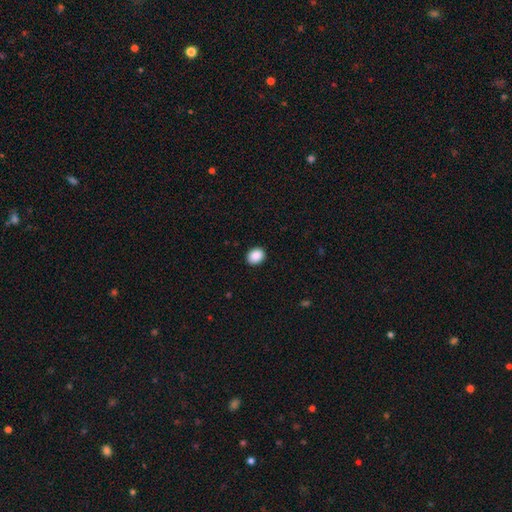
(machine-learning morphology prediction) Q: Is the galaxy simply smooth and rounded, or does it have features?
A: smooth — 90%.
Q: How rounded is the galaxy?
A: in between — 50%.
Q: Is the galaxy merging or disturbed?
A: none — 91%.